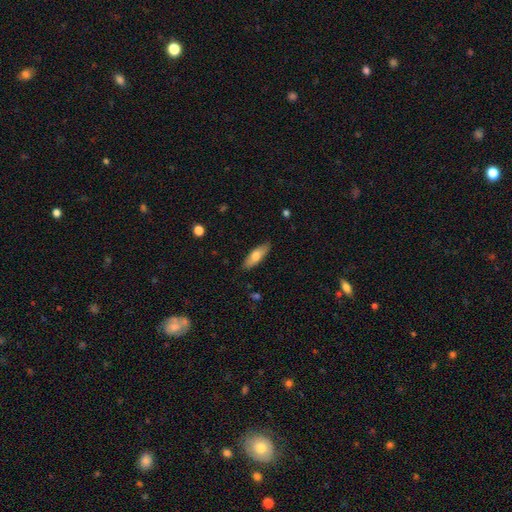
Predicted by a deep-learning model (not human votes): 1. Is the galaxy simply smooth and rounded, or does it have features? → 70% smooth, 24% featured or disk, 6% star or artifact.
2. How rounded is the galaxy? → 55% in between, 43% cigar-shaped, 2% round.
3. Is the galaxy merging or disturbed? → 86% none, 11% minor disturbance, 2% major disturbance, 1% merger.